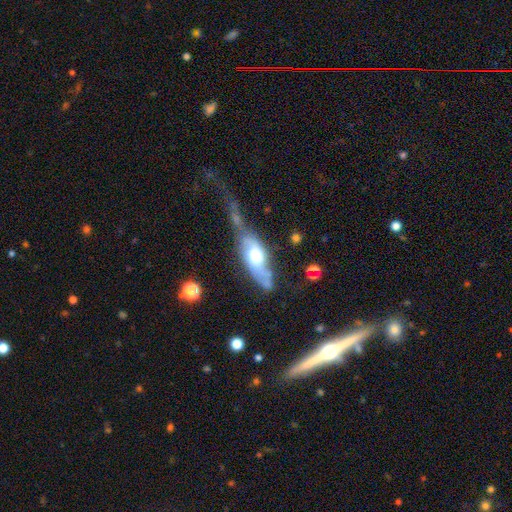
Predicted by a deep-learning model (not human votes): smooth-or-featured: featured or disk: 56% | smooth: 37% | star or artifact: 7%
  disk-edge-on: no: 75% | yes: 25%
  merging: major disturbance: 29% | none: 28% | minor disturbance: 27% | merger: 16%